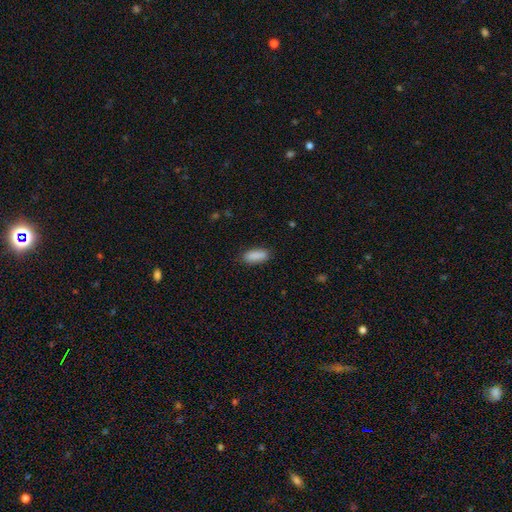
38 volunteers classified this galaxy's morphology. smooth-or-featured: smooth: 97% | star or artifact: 3% | featured or disk: 0%
  how-rounded: in between: 78% | cigar-shaped: 22% | round: 0%
  merging: none: 86% | minor disturbance: 14% | major disturbance: 0% | merger: 0%